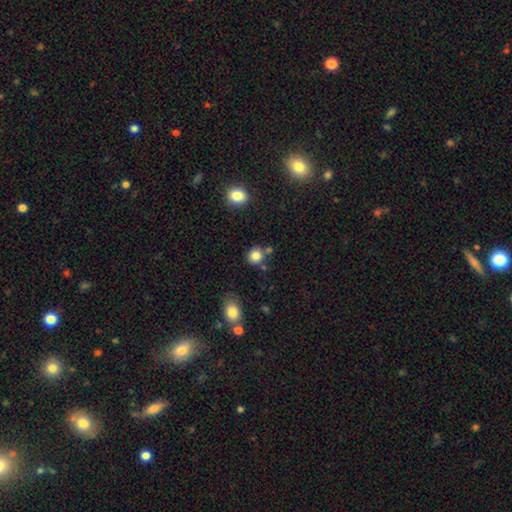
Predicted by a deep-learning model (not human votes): smooth-or-featured: smooth: 83% | star or artifact: 11% | featured or disk: 6%
  how-rounded: round: 87% | in between: 12% | cigar-shaped: 1%
  merging: none: 76% | merger: 11% | minor disturbance: 11% | major disturbance: 3%